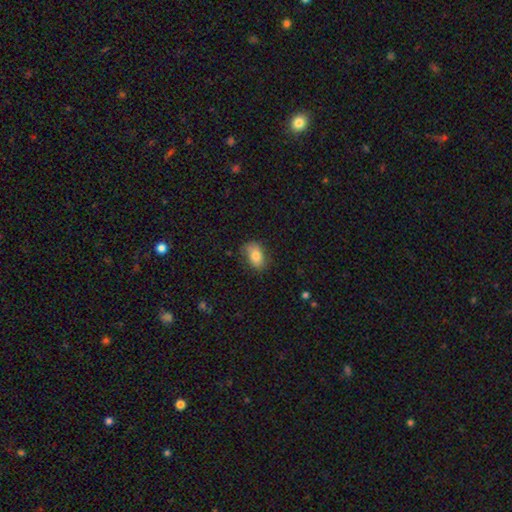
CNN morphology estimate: Overall: smooth (79%). How rounded: in between (86%). Merging: none (72%).